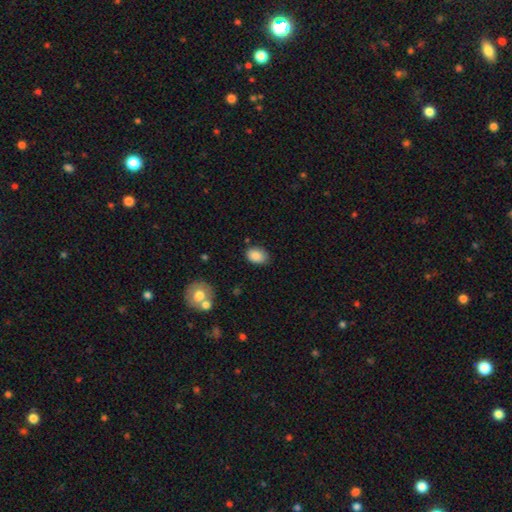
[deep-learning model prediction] Smooth or featured?
  - smooth: 87% *
  - star or artifact: 8%
  - featured or disk: 5%
How rounded?
  - in between: 78% *
  - round: 21%
  - cigar-shaped: 1%
Merging?
  - none: 76% *
  - minor disturbance: 17%
  - major disturbance: 3%
  - merger: 3%